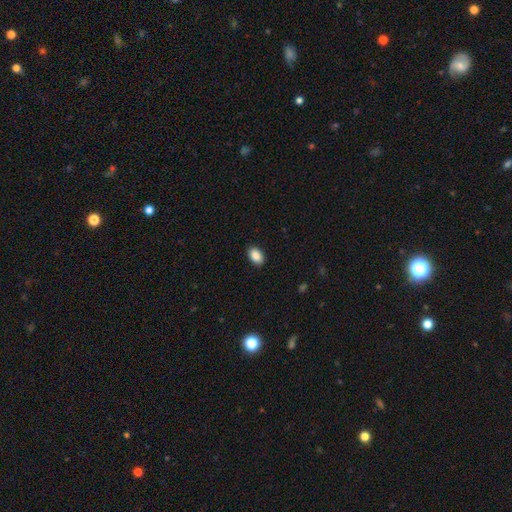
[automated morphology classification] smooth_or_featured: smooth (p=0.89) [alt: star or artifact p=0.08]
how_rounded: in between (p=0.89) [alt: round p=0.09]
merging: none (p=0.90) [alt: minor disturbance p=0.07]